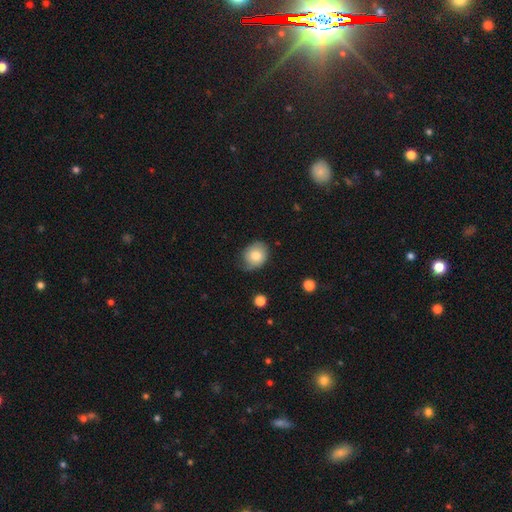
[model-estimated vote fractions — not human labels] Overall: smooth (79%). How rounded: round (56%; in between 43%). Merging: none (61%; minor disturbance 31%).